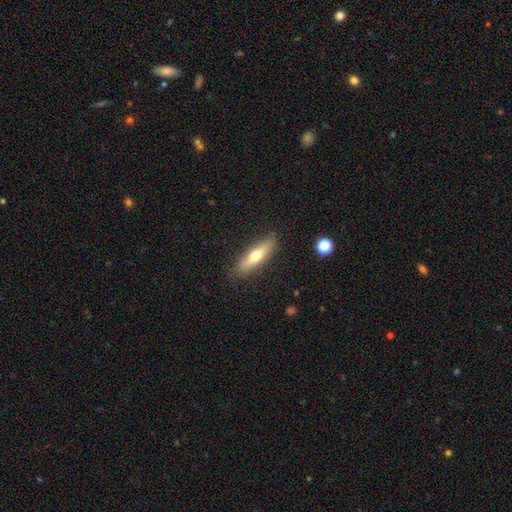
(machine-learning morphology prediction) smooth-or-featured: smooth: 56% | featured or disk: 38% | star or artifact: 6%
  how-rounded: cigar-shaped: 70% | in between: 27% | round: 2%
  merging: none: 86% | minor disturbance: 10% | major disturbance: 2% | merger: 1%